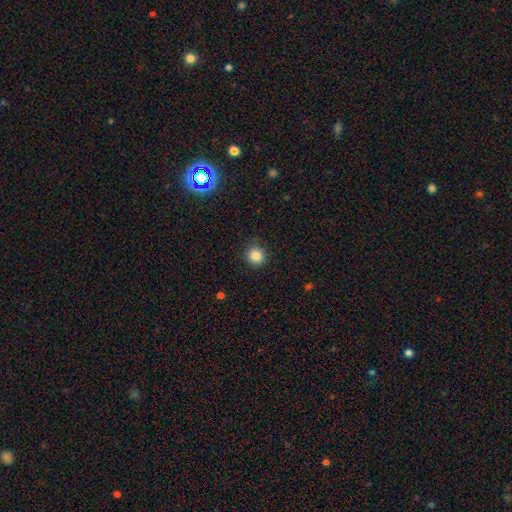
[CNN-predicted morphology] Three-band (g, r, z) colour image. It shows a smooth galaxy with no disk features (84%) that is round (92%). Merging: none (89%).